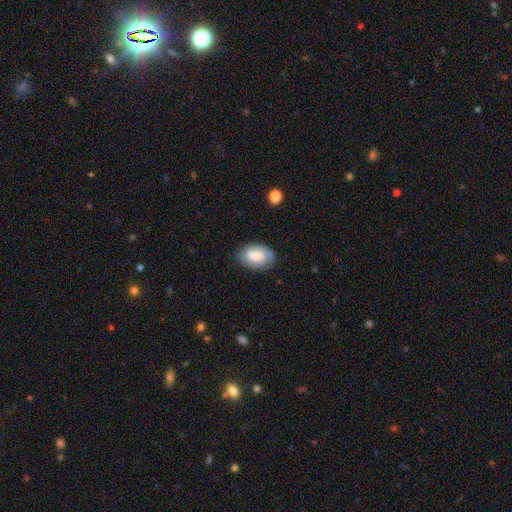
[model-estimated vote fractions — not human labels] Q: Smooth or featured?
A: smooth (62%); runner-up: featured or disk (30%)
Q: How rounded?
A: in between (90%); runner-up: round (9%)
Q: Merging?
A: none (75%); runner-up: minor disturbance (19%)